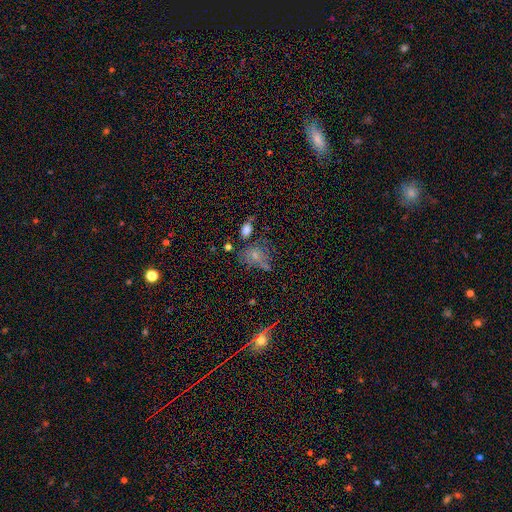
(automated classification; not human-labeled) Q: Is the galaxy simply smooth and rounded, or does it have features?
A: smooth — 51%.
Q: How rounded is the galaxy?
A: in between — 55%.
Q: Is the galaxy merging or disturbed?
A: none — 46%.